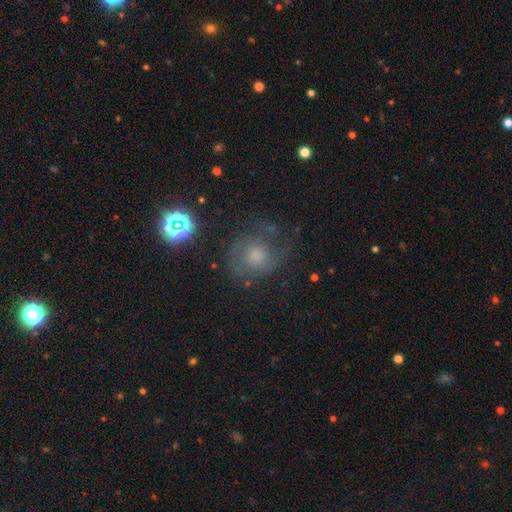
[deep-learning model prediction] A featured or disk galaxy (49%). Merging: none (65%).